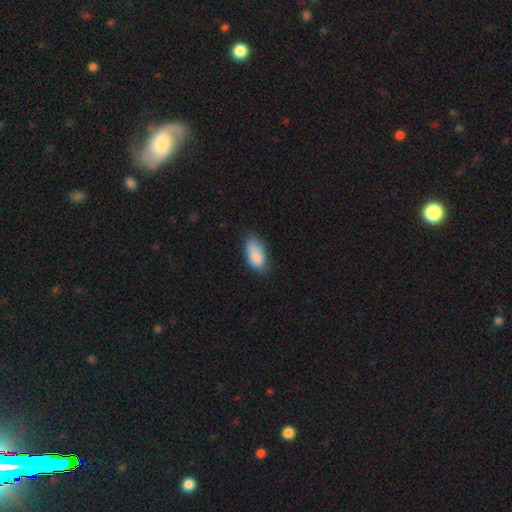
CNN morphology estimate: Smooth or featured? Predicted: smooth (p=0.86). How rounded? Predicted: in between (p=0.93). Merging? Predicted: none (p=0.63).